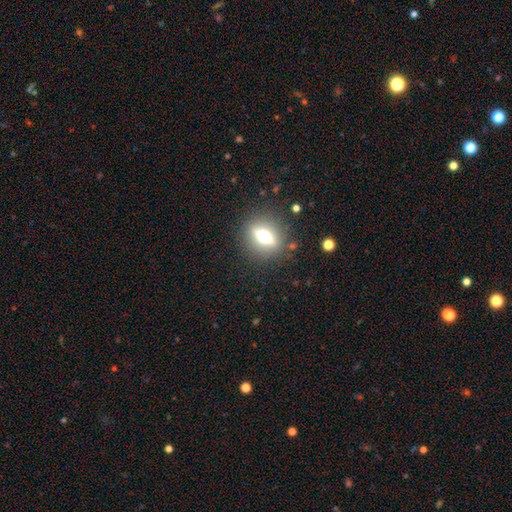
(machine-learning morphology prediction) smooth 55%, featured or disk 26%, star or artifact 19%. Down the decision tree: how rounded — in between (51%); merging — none (88%).